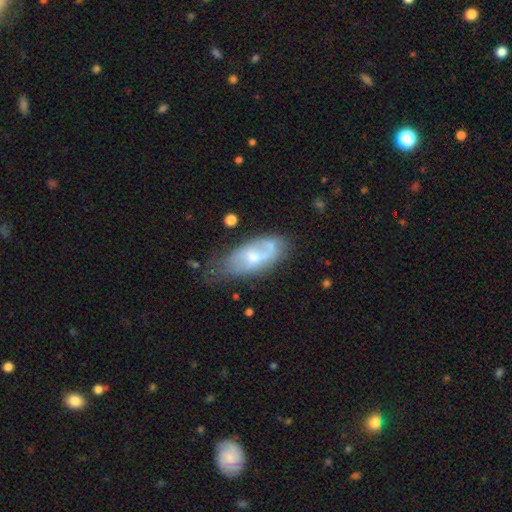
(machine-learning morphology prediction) Smooth or featured? Predicted: featured or disk (p=0.55). Edge-on disk? Predicted: no (p=0.90). Merging? Predicted: none (p=0.45).